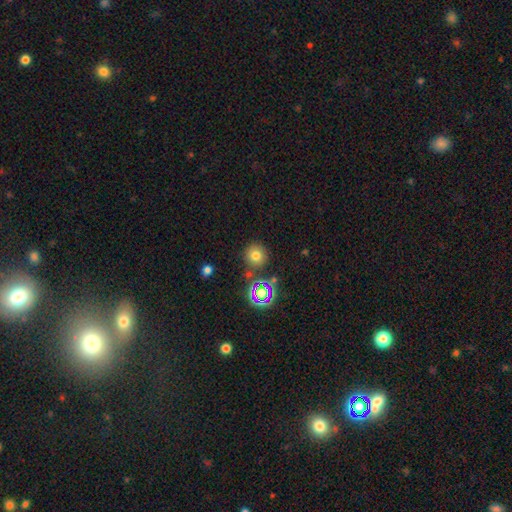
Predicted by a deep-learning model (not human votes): smooth-or-featured: smooth: 70% | star or artifact: 20% | featured or disk: 9%
  how-rounded: round: 92% | in between: 7% | cigar-shaped: 1%
  merging: none: 80% | minor disturbance: 9% | merger: 8% | major disturbance: 3%